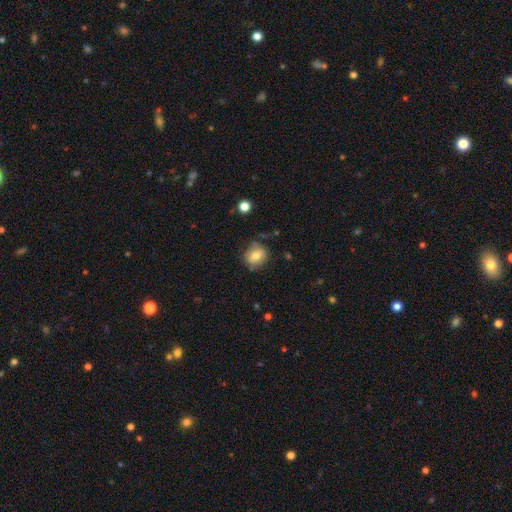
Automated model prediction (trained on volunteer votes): A smooth galaxy with no disk features (73%) that is round (70%).

Vote fractions:
- Smooth or featured? smooth: 73% / featured or disk: 17% / star or artifact: 10%
- How rounded? round: 70% / in between: 29% / cigar-shaped: 1%
- Merging? none: 74% / minor disturbance: 18% / major disturbance: 5% / merger: 3%